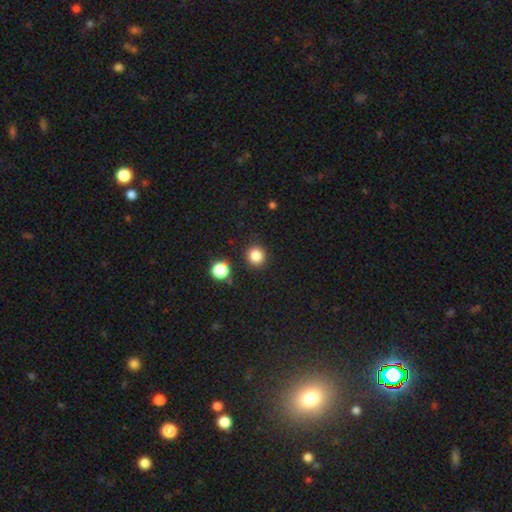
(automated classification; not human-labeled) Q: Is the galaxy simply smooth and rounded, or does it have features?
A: smooth — 84%.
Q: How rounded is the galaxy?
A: round — 91%.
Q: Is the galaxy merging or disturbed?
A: none — 89%.